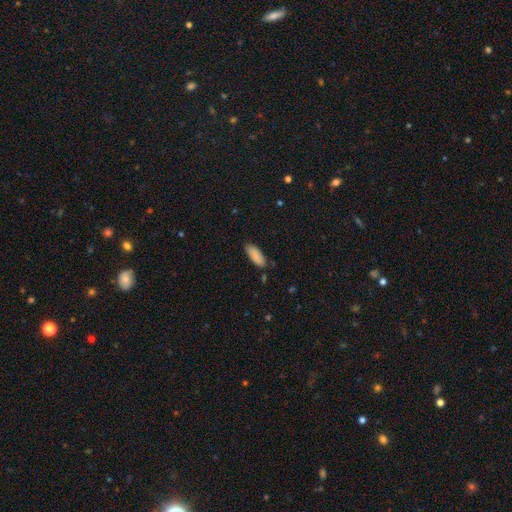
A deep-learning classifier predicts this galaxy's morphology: Smooth or featured?
  - smooth: 89% *
  - star or artifact: 7%
  - featured or disk: 4%
How rounded?
  - in between: 75% *
  - cigar-shaped: 23%
  - round: 2%
Merging?
  - none: 82% *
  - minor disturbance: 14%
  - major disturbance: 3%
  - merger: 2%